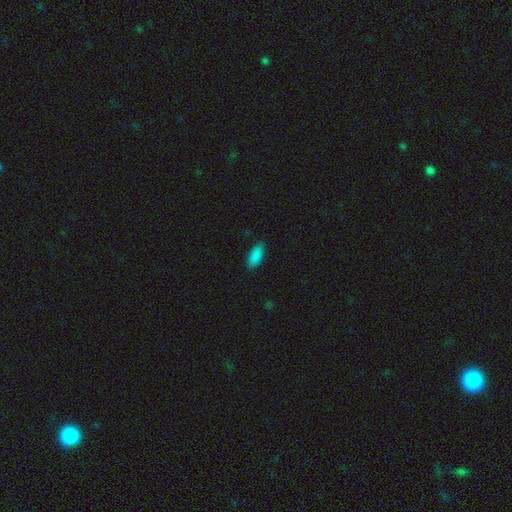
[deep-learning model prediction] This appears to be a smooth galaxy with no disk features (89%) that is in between round and cigar-shaped (79%). Merging: none (87%).